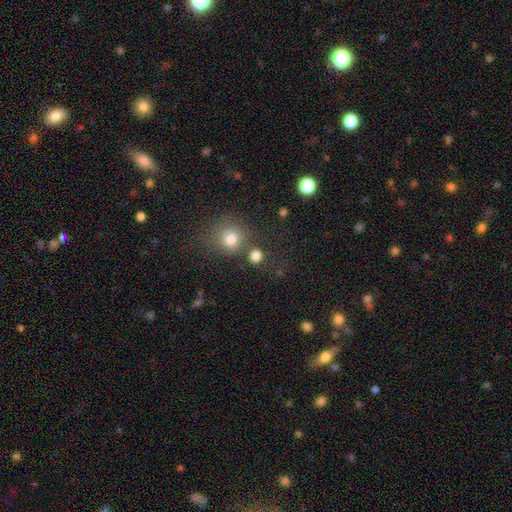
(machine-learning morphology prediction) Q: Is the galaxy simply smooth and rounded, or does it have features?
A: smooth — 80%.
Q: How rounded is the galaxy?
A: round — 87%.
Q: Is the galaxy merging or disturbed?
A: none — 71%.